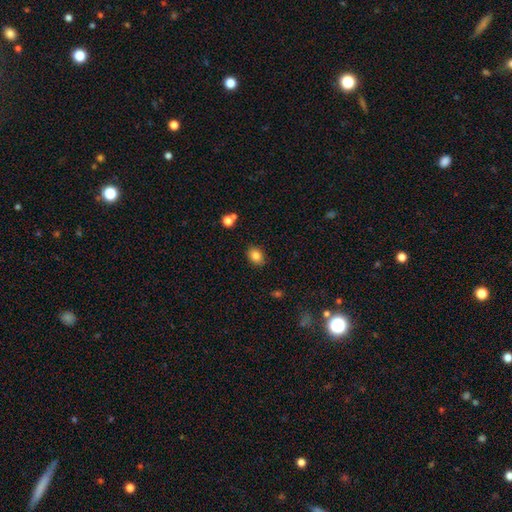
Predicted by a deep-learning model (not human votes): Overall: smooth (84%). How rounded: in between (60%; round 39%). Merging: none (85%).